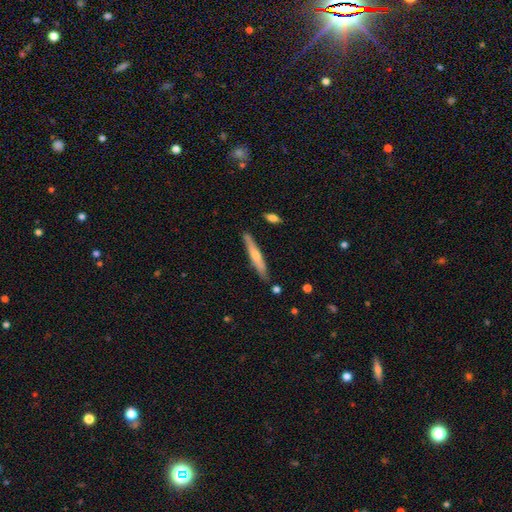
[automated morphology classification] The model was most divided on "smooth or featured": smooth: 54%, featured or disk: 40%, star or artifact: 6%. More confident: how rounded — cigar-shaped (93%); merging — none (84%).